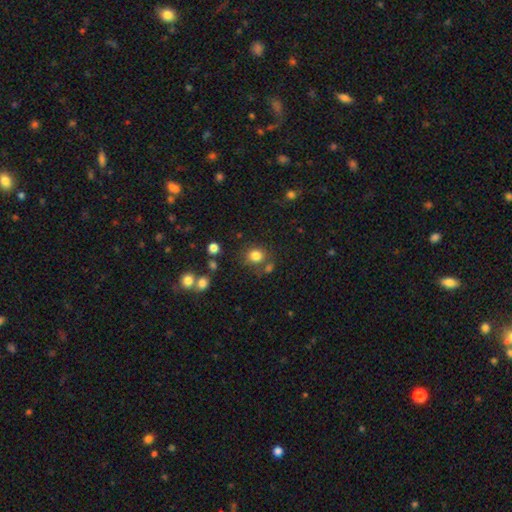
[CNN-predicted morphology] Smooth or featured? Predicted: smooth (p=0.81). How rounded? Predicted: round (p=0.81). Merging? Predicted: none (p=0.71).